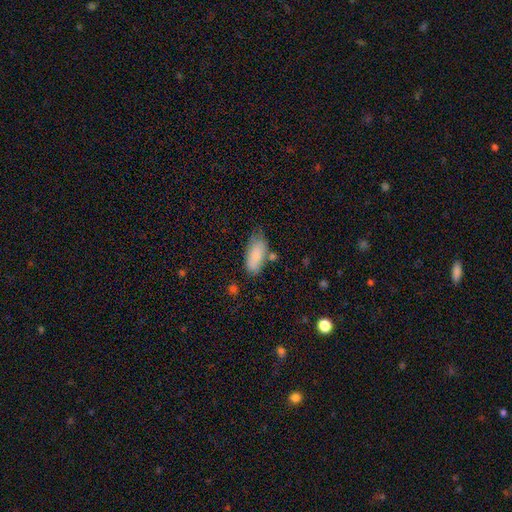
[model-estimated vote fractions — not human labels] smooth_or_featured: smooth (p=0.84) [alt: featured or disk p=0.10]
how_rounded: in between (p=0.87) [alt: cigar-shaped p=0.11]
merging: none (p=0.58) [alt: minor disturbance p=0.26]